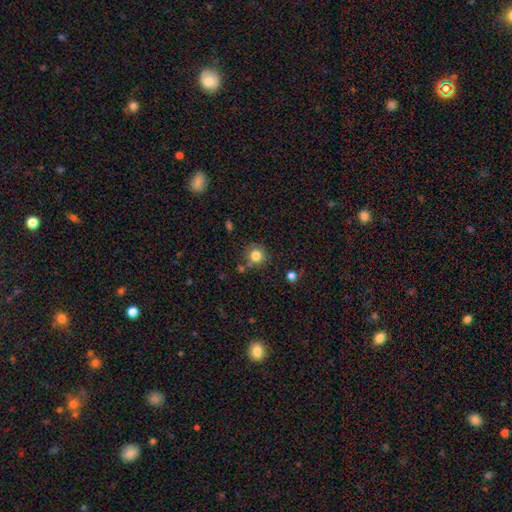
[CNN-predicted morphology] This is clearly a smooth galaxy (82%). How rounded: clearly round (89%). Merging: likely none (73%).